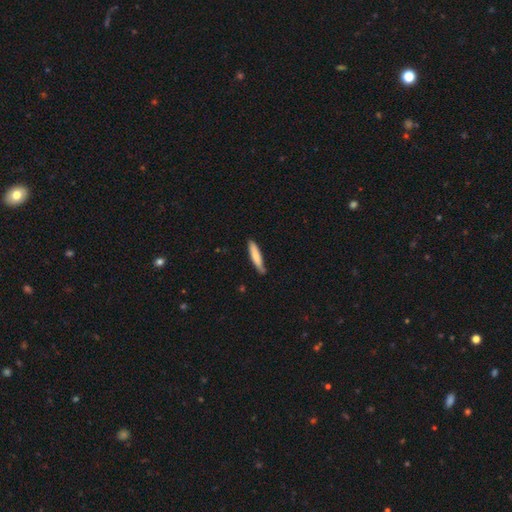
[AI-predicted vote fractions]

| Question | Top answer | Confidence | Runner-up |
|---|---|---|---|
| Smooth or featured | smooth | 78% | featured or disk (17%) |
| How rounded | cigar-shaped | 87% | in between (12%) |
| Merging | none | 78% | minor disturbance (18%) |